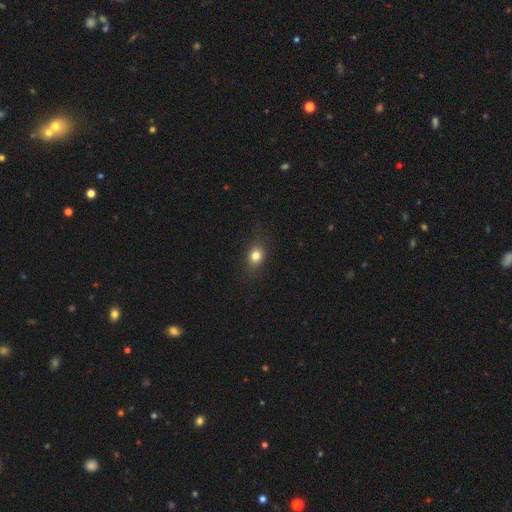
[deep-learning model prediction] This appears to be a smooth galaxy with no disk features (79%) that is round (51%). Merging: none (83%).